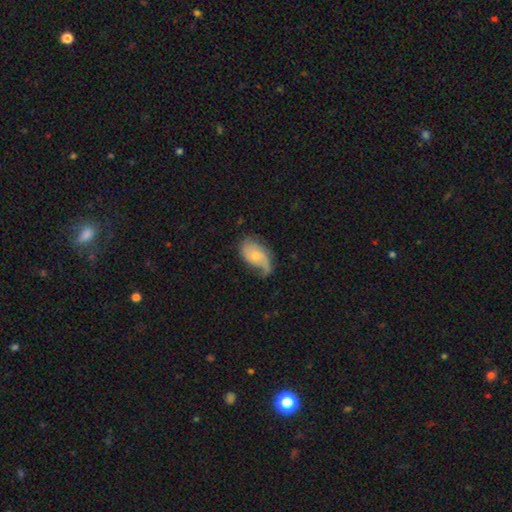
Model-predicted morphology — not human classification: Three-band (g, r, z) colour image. It shows a featured or disk galaxy (57%) with no bar (71%), spiral arms (87%) and a small central bulge (52%). Merging: none (43%).